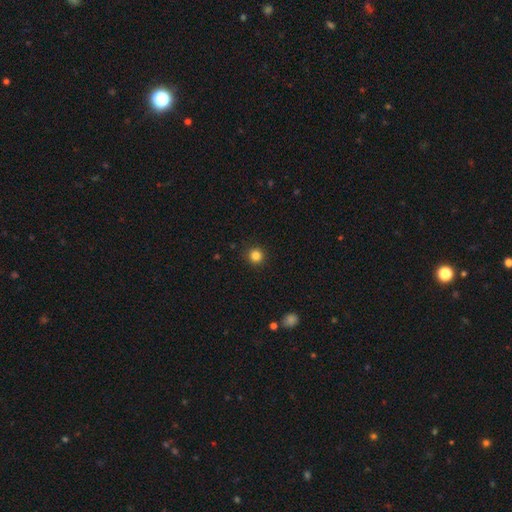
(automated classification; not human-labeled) smooth_or_featured: smooth (p=0.84) [alt: star or artifact p=0.12]
how_rounded: round (p=0.95) [alt: in between p=0.04]
merging: none (p=0.92) [alt: minor disturbance p=0.05]